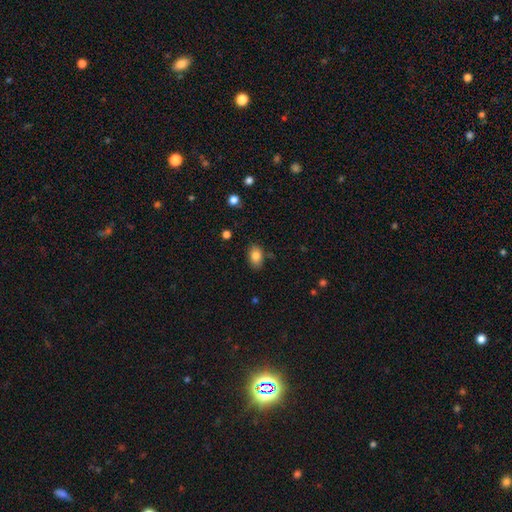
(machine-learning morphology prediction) smooth-or-featured: smooth: 83% | star or artifact: 9% | featured or disk: 8%
  how-rounded: in between: 83% | round: 15% | cigar-shaped: 1%
  merging: none: 81% | minor disturbance: 14% | major disturbance: 3% | merger: 2%